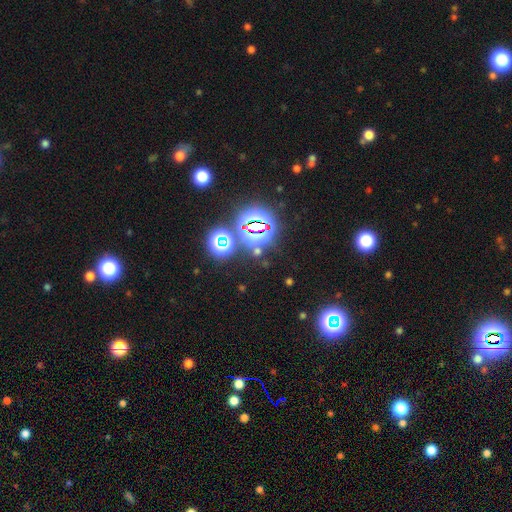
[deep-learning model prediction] smooth-or-featured: star or artifact: 81% | smooth: 13% | featured or disk: 7%